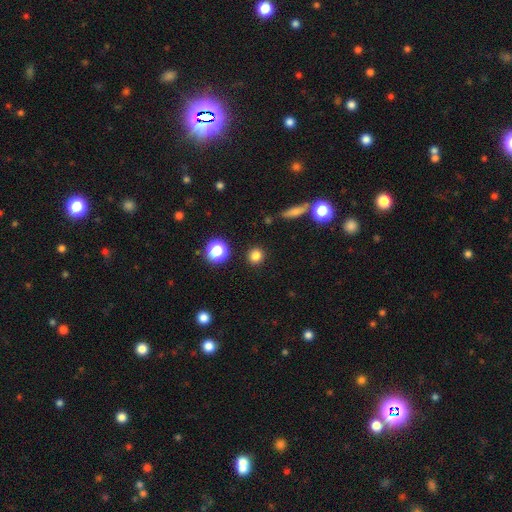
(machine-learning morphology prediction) Smooth or featured: smooth — 81% (star or artifact — 14%)
How rounded: round — 90% (in between — 9%)
Merging: none — 90% (minor disturbance — 6%)